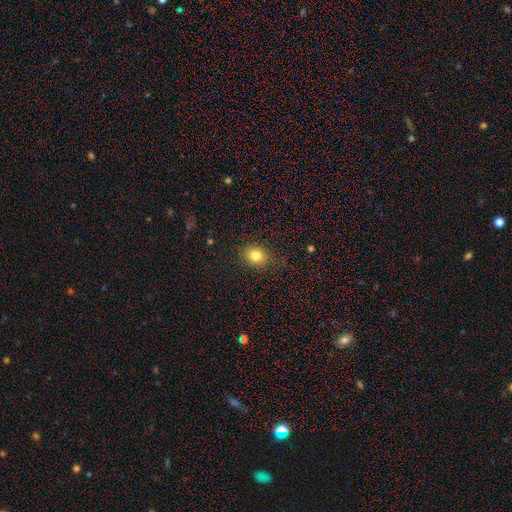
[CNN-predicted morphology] This is clearly a smooth galaxy (81%). How rounded: likely round (70%). Merging: clearly none (85%).